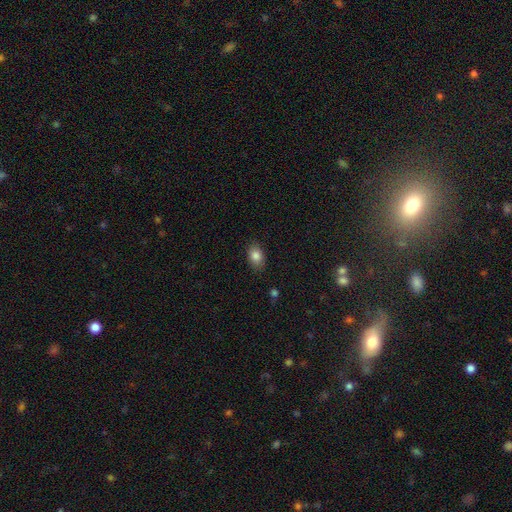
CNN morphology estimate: Smooth or featured? Predicted: smooth (p=0.84). How rounded? Predicted: in between (p=0.81). Merging? Predicted: none (p=0.84).